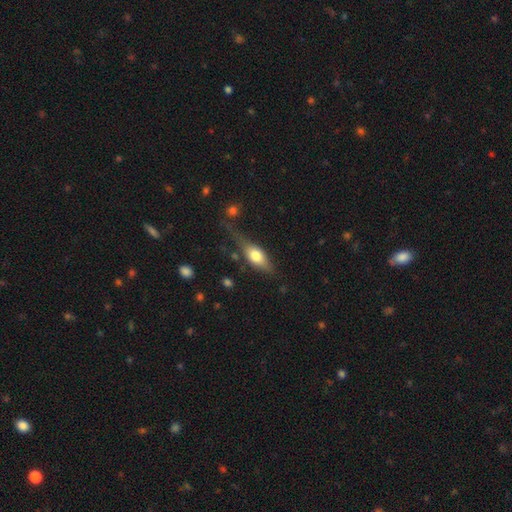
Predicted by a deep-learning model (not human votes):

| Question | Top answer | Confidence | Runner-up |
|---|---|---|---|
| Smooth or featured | smooth | 62% | featured or disk (32%) |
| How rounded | in between | 71% | cigar-shaped (23%) |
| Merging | none | 48% | minor disturbance (28%) |